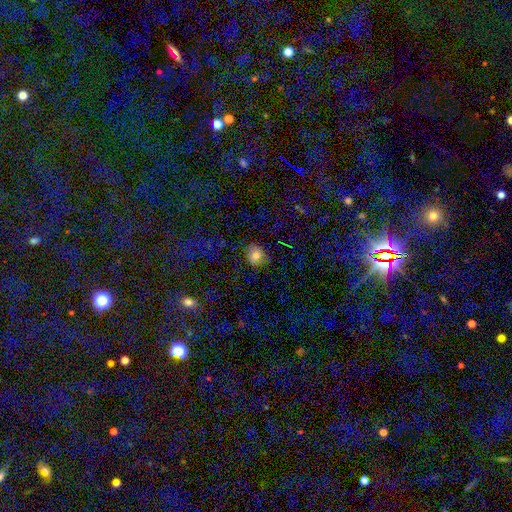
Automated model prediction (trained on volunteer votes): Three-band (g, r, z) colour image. It shows a smooth galaxy with no disk features (74%) that is round (69%). Merging: none (77%).